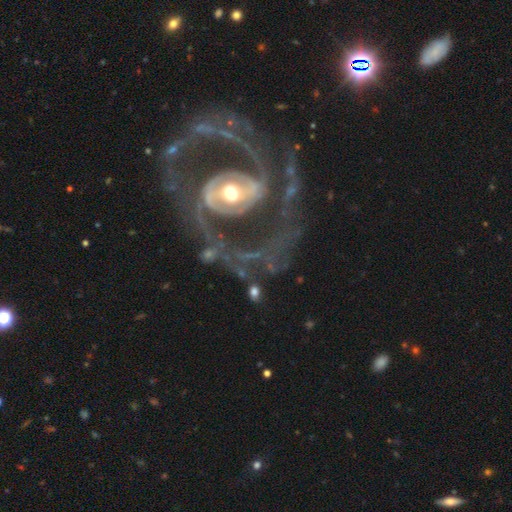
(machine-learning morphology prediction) featured or disk 91%, star or artifact 5%, smooth 4%. Down the decision tree: edge-on disk — no (97%); bar — no (34%, tied with strong); spiral arms — yes (92%); spiral arm count — 2 (82%); spiral winding — medium (49%); bulge size — moderate (60%); merging — none (72%).